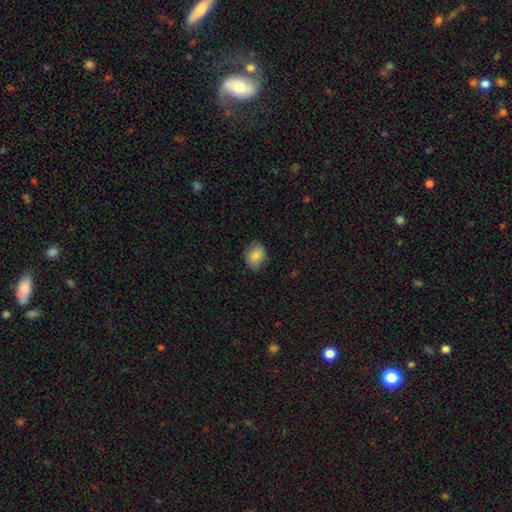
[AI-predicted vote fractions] This is clearly a smooth galaxy (85%). How rounded: possibly in between (56%). Merging: likely none (78%).